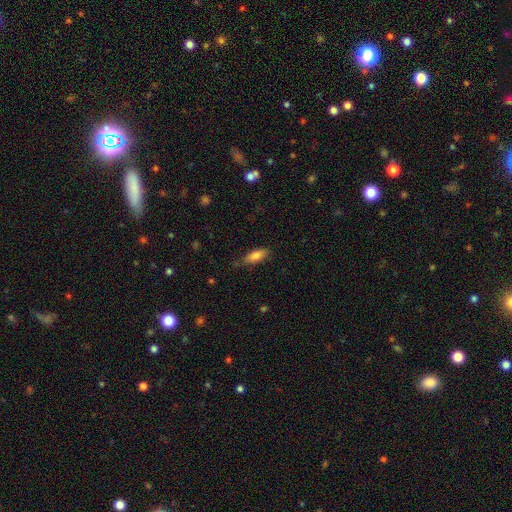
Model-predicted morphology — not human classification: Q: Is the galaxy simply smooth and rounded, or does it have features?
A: smooth — 81%.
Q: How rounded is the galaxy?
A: in between — 70%.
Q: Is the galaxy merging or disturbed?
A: none — 74%.